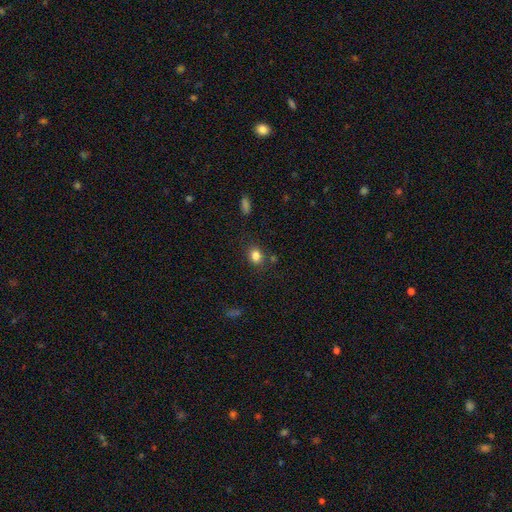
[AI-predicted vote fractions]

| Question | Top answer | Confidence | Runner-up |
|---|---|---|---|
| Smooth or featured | smooth | 83% | star or artifact (11%) |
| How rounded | round | 53% | in between (46%) |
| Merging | none | 78% | minor disturbance (13%) |